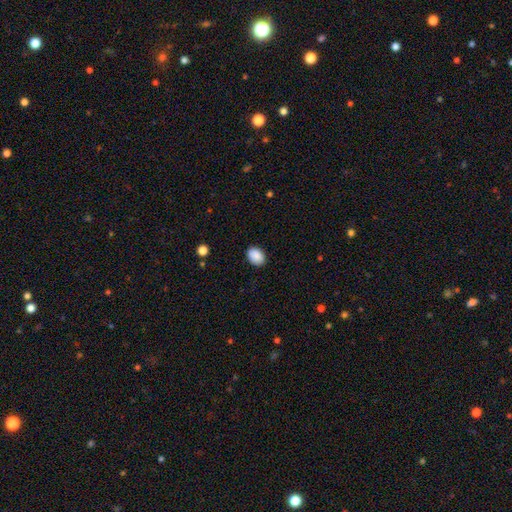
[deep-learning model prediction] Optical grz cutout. It shows a smooth galaxy with no disk features (90%) that is in between round and cigar-shaped (71%). Merging: none (88%).